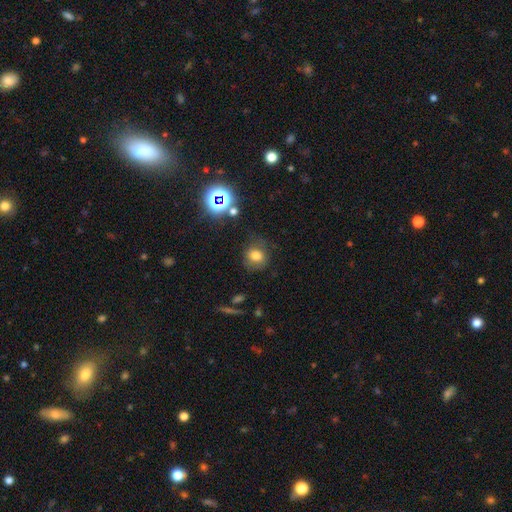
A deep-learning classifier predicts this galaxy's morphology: This appears to be a smooth galaxy with no disk features (70%) that is round (69%). Merging: none (70%).